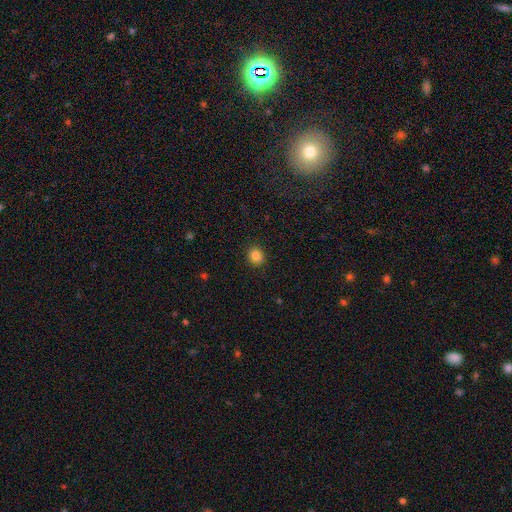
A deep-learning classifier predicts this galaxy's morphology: Smooth or featured? smooth (85%)
How rounded? round (75%)
Merging? none (91%)